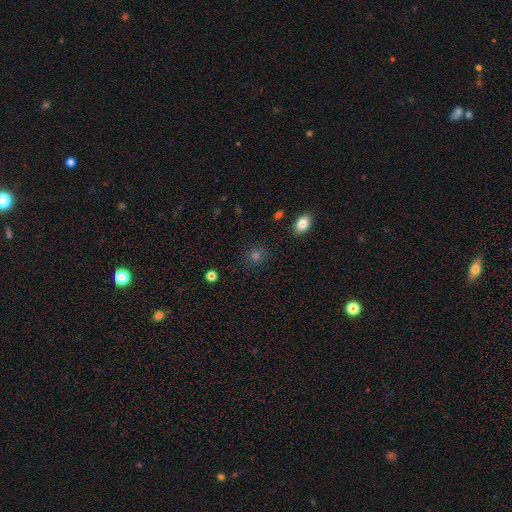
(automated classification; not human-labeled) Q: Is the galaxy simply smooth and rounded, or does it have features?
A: smooth — 70%.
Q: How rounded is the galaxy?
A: round — 71%.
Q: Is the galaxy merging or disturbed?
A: none — 85%.